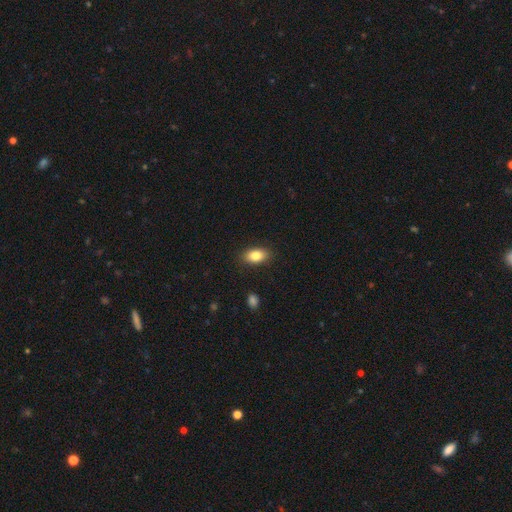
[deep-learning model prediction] A smooth galaxy with no disk features (83%) that is in between round and cigar-shaped (89%). Merging: none (88%).